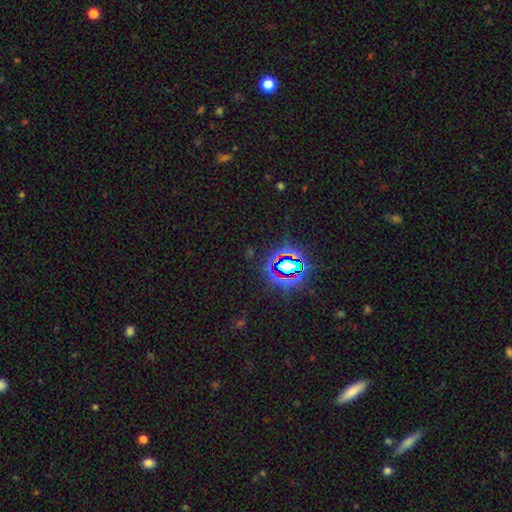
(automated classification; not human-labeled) A star or artifact, not a galaxy (78%).

Vote fractions:
- Smooth or featured? star or artifact: 78% / smooth: 13% / featured or disk: 8%